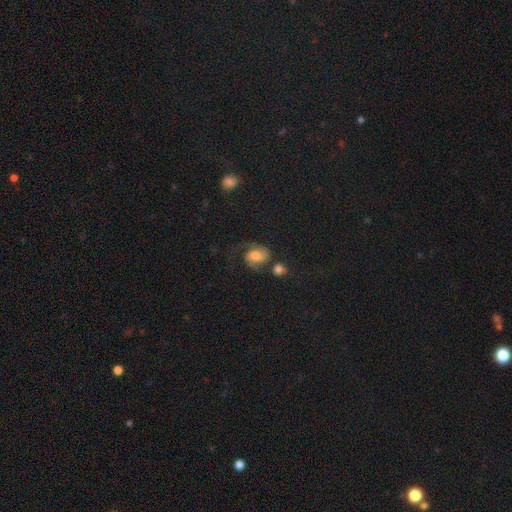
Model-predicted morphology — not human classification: A featured or disk galaxy (67%) with no bar (52%), 2 (86%) medium (49%) spiral arms (93%) and a moderate central bulge (44%).

Vote fractions:
- Smooth or featured? featured or disk: 67% / smooth: 23% / star or artifact: 10%
- Edge-on disk? no: 98% / yes: 2%
- Bar? no: 52% / weak: 37% / strong: 10%
- Spiral arms? yes: 93% / no: 7%
- Spiral winding? medium: 49% / loose: 33% / tight: 18%
- Spiral arm count? 2: 86% / 1: 7% / can't tell: 3% / 3: 1% / 4: 1% / more than 4: 1%
- Bulge size? moderate: 44% / large: 29% / small: 16% / none: 7% / dominant: 5%
- Merging? none: 50% / minor disturbance: 19% / major disturbance: 18% / merger: 12%